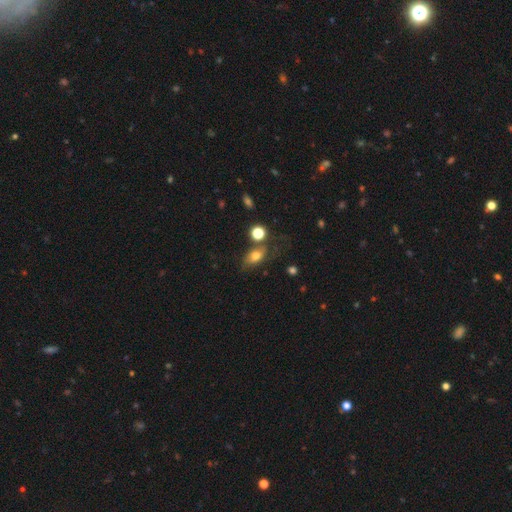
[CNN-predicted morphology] smooth 69%, featured or disk 19%, star or artifact 12%. Down the decision tree: how rounded — in between (78%); merging — none (51%).